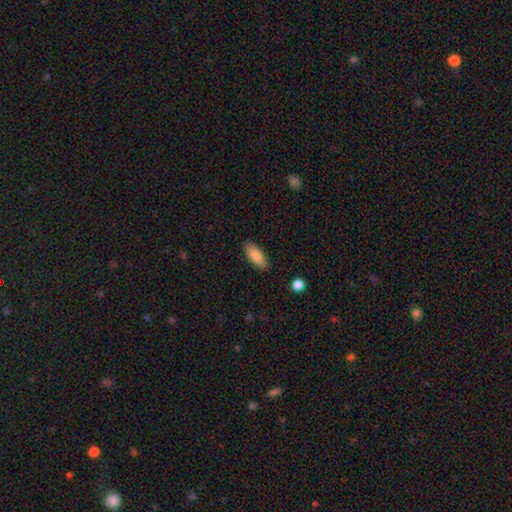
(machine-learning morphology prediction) This appears to be a smooth galaxy with no disk features (87%) that is in between round and cigar-shaped (79%). Merging: none (86%).